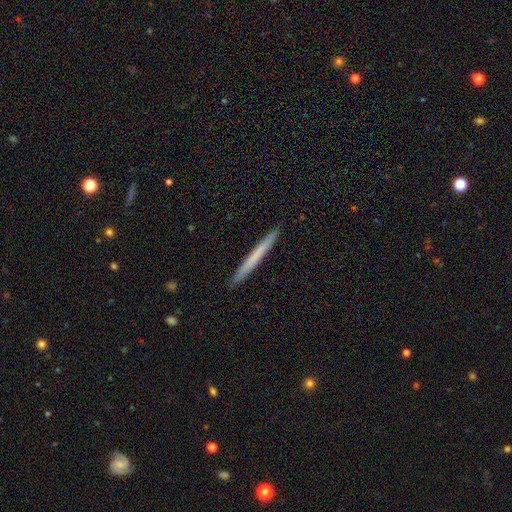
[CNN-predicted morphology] The model was most divided on "smooth or featured": smooth: 63%, featured or disk: 32%, star or artifact: 5%. More confident: how rounded — cigar-shaped (97%); merging — none (93%).